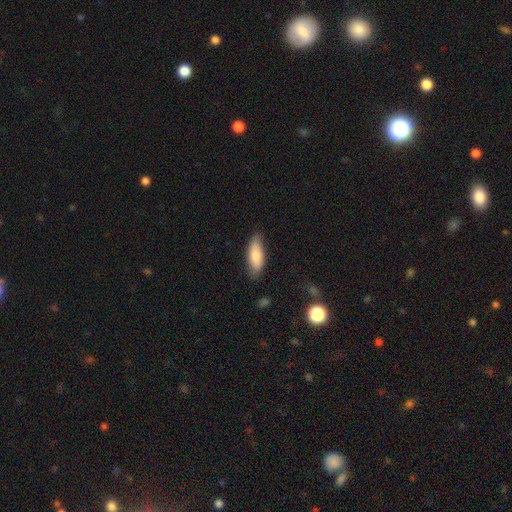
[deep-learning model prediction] smooth-or-featured: smooth: 81% | featured or disk: 13% | star or artifact: 6%
  how-rounded: in between: 66% | cigar-shaped: 32% | round: 2%
  merging: none: 78% | minor disturbance: 17% | major disturbance: 3% | merger: 1%